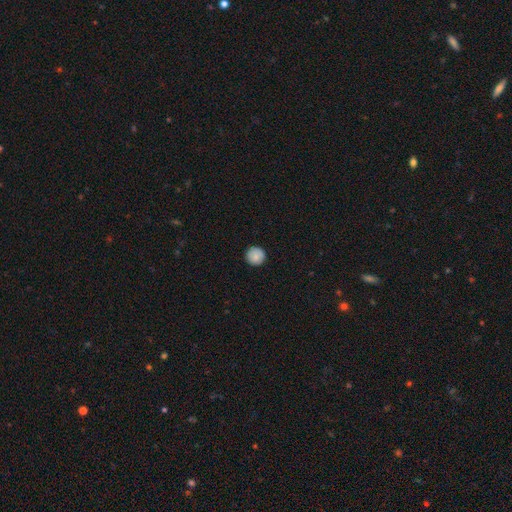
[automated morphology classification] type=smooth (85%); roundness=round (96%); merging=none (91%).